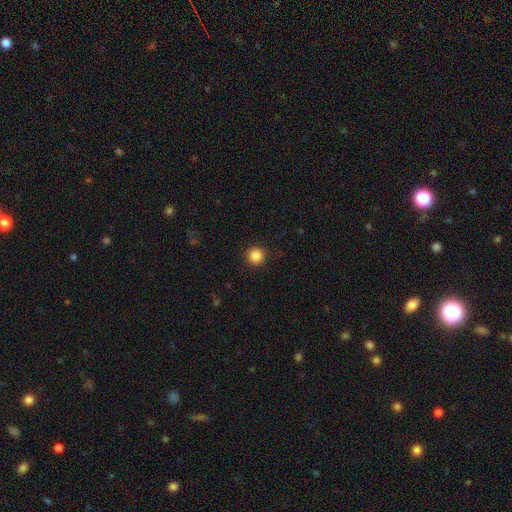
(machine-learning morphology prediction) The model was most divided on "smooth or featured": smooth: 86%, star or artifact: 11%, featured or disk: 3%. More confident: how rounded — round (96%); merging — none (92%).